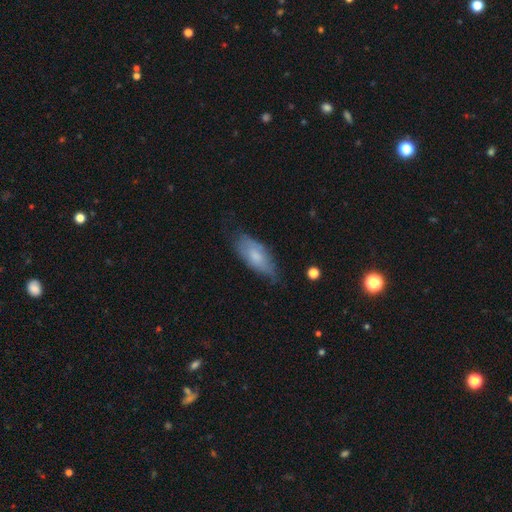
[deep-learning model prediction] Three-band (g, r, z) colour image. It shows a smooth galaxy with no disk features (68%) that is in between round and cigar-shaped (80%). Merging: none (59%).